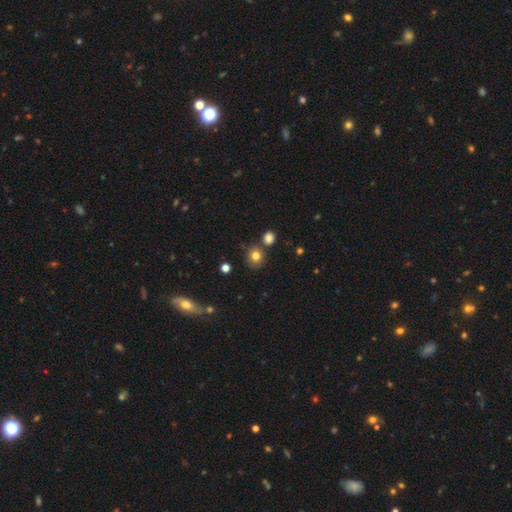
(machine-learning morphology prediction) smooth-or-featured: smooth: 80% | star or artifact: 12% | featured or disk: 8%
  how-rounded: round: 81% | in between: 18% | cigar-shaped: 1%
  merging: none: 75% | merger: 11% | minor disturbance: 10% | major disturbance: 3%